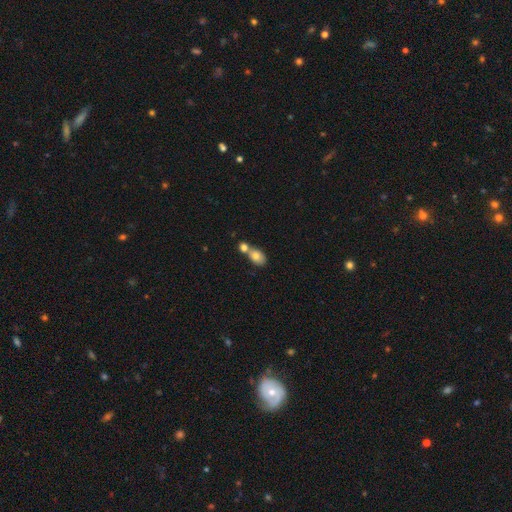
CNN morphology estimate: Smooth or featured? smooth (77%)
How rounded? in between (77%)
Merging? merger (54%)